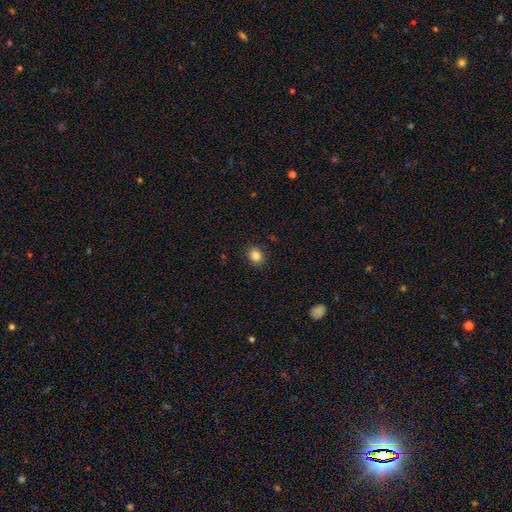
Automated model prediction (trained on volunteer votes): smooth 86%, star or artifact 10%, featured or disk 5%. Down the decision tree: how rounded — round (61%); merging — none (89%).